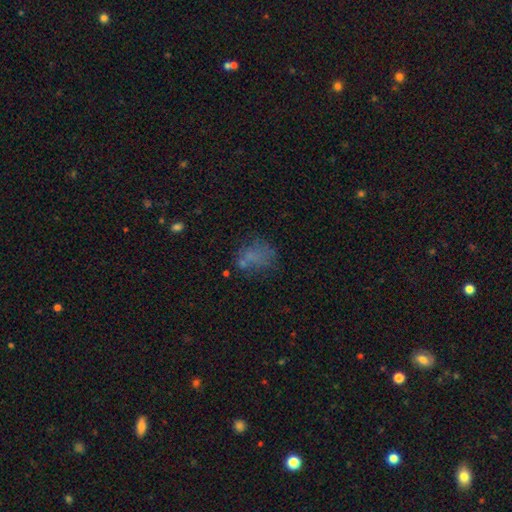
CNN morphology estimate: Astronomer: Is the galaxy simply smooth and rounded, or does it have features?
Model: smooth — 56%.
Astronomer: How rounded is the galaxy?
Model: in between — 58% (runner-up: round, 40%).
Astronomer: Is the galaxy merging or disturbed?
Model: none — 46% (runner-up: major disturbance, 22%).